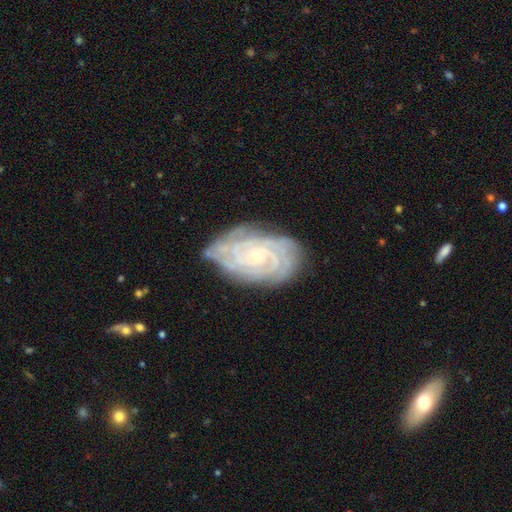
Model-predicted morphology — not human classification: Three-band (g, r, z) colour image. It shows a featured or disk galaxy (87%) with no bar (76%), 4 (26%, tied with can't tell) tight (82%) spiral arms (98%) and a small central bulge (82%). Merging: none (78%).